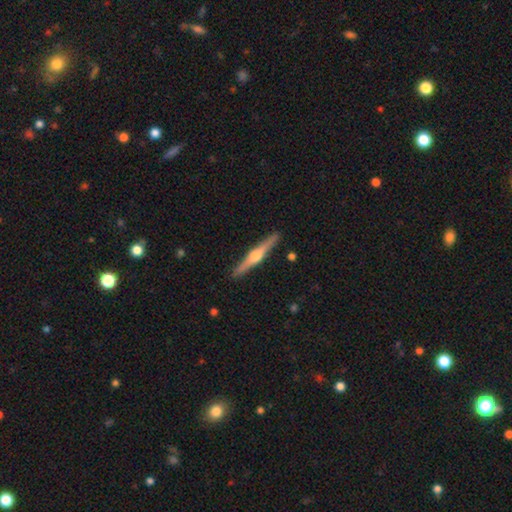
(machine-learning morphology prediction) A featured or disk galaxy (73%) viewed edge-on (98%) with a rounded central bulge (92%).

Vote fractions:
- Smooth or featured? featured or disk: 73% / smooth: 22% / star or artifact: 5%
- Edge-on disk? yes: 98% / no: 2%
- Edge-on bulge? rounded: 92% / boxy: 5% / none: 3%
- Merging? none: 91% / minor disturbance: 7% / major disturbance: 1% / merger: 1%